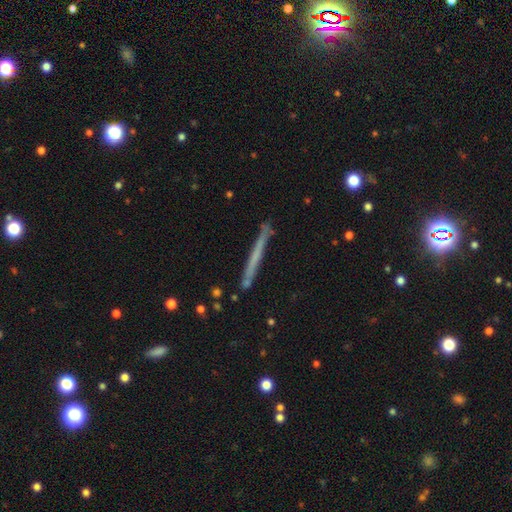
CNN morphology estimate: This is possibly a featured or disk galaxy (47%, tied with smooth). Merging: clearly none (86%).